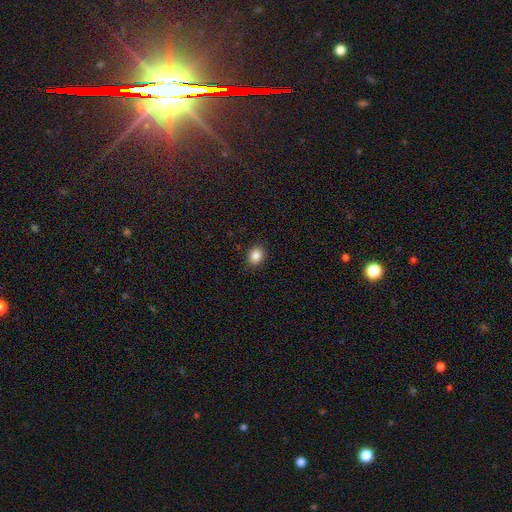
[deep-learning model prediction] The model was most divided on "how rounded": in between: 51%, round: 48%, cigar-shaped: 1%. More confident: merging — none (89%); smooth or featured — smooth (86%).